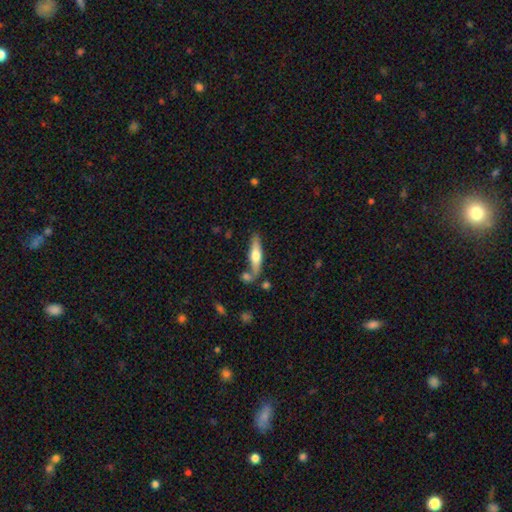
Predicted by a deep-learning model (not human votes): The model was most divided on "smooth or featured": smooth: 50%, featured or disk: 44%, star or artifact: 6%. More confident: how rounded — cigar-shaped (71%); merging — none (65%).